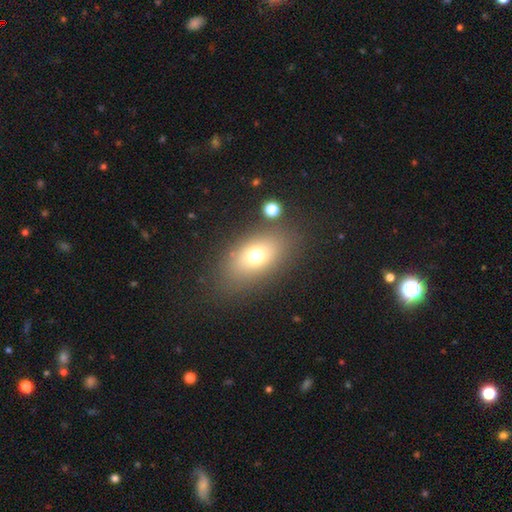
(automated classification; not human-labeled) Smooth or featured? Predicted: smooth (p=0.72). How rounded? Predicted: in between (p=0.85). Merging? Predicted: none (p=0.80).